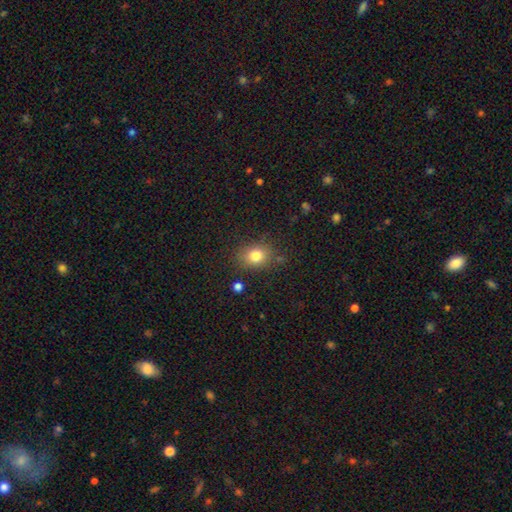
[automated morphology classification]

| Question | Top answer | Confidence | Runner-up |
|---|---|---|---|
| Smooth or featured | smooth | 80% | star or artifact (12%) |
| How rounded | round | 51% | in between (48%) |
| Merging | none | 80% | minor disturbance (13%) |